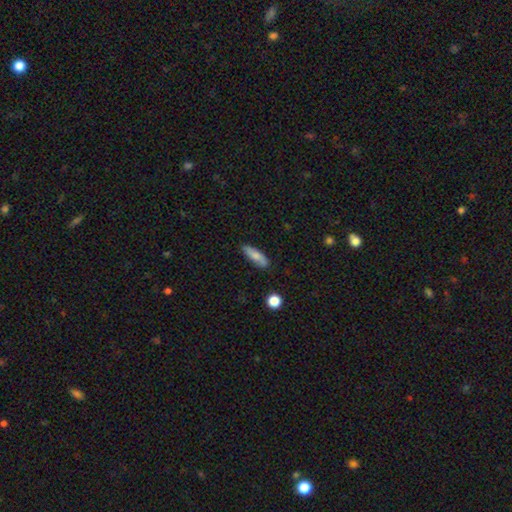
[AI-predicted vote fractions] This appears to be a smooth galaxy with no disk features (76%) that is in between round and cigar-shaped (50%). Merging: none (83%).